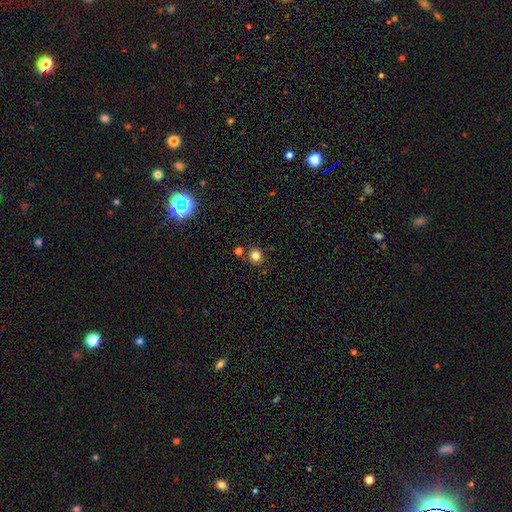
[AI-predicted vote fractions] Overall: smooth (80%). How rounded: round (87%). Merging: none (83%).